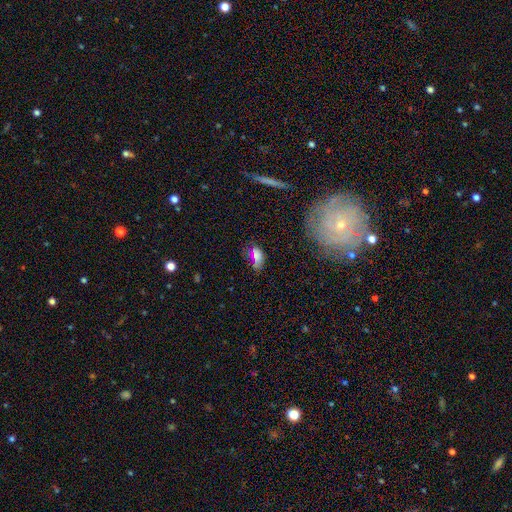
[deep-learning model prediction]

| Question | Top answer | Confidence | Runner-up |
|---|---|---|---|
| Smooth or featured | smooth | 64% | star or artifact (21%) |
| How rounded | in between | 84% | cigar-shaped (8%) |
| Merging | none | 44% | minor disturbance (28%) |